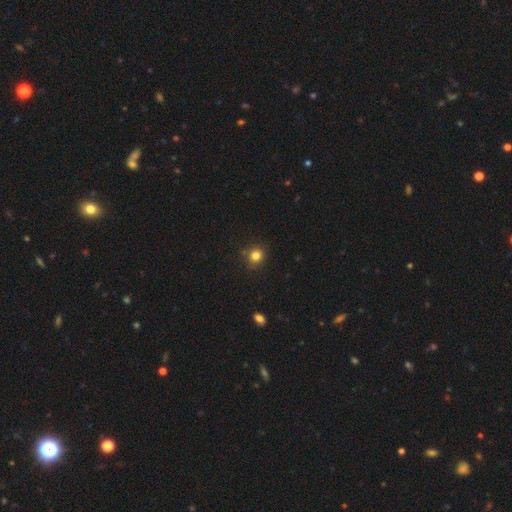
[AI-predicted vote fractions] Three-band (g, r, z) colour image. It shows a smooth galaxy with no disk features (82%) that is round (82%). Merging: none (84%).